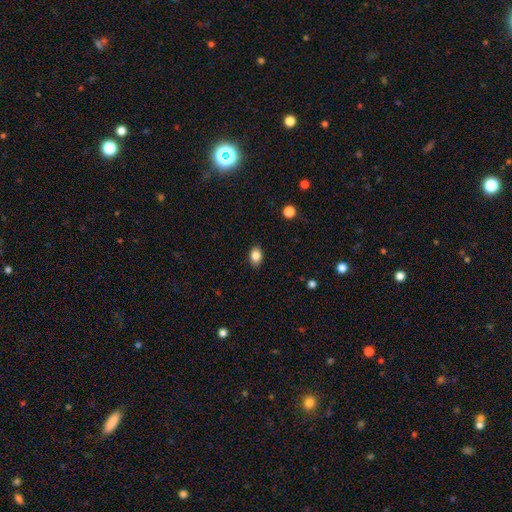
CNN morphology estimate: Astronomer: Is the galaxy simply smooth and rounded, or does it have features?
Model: smooth — 85%.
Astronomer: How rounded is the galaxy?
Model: in between — 79%.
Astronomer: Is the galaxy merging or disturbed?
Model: none — 87%.